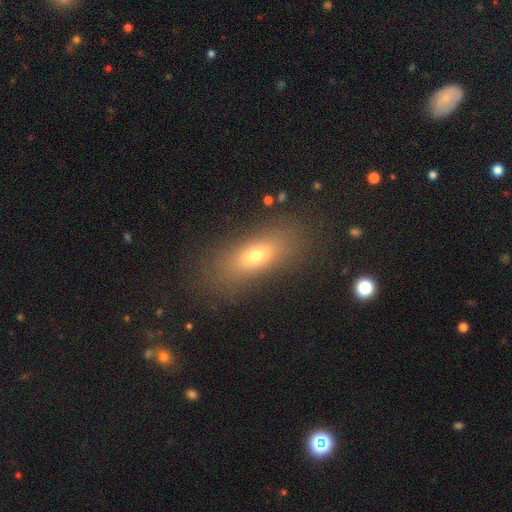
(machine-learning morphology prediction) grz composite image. It shows a smooth galaxy with no disk features (65%) that is in between round and cigar-shaped (66%). Merging: none (84%).